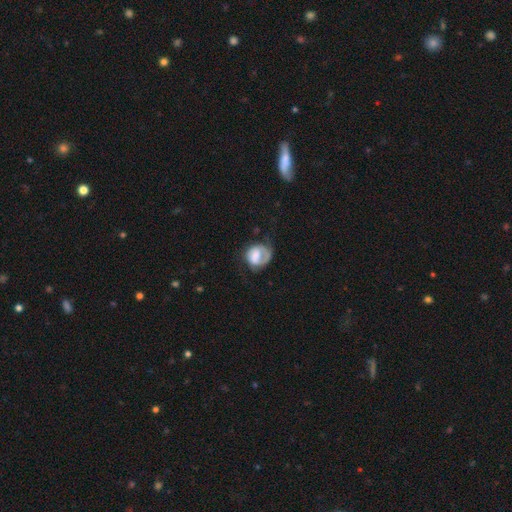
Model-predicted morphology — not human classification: Smooth or featured?
  - smooth: 49% *
  - featured or disk: 44%
  - star or artifact: 7%
Merging?
  - none: 40% *
  - major disturbance: 32%
  - minor disturbance: 25%
  - merger: 3%